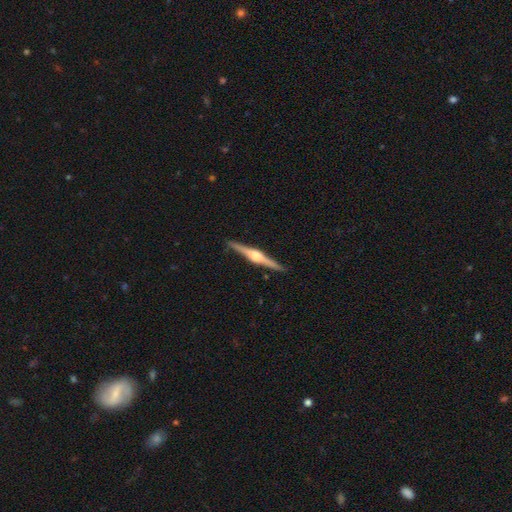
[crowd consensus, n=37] Overall: featured or disk (92%). Edge-on disk: yes (100%). Edge-on bulge: rounded (88%). Merging: none (91%).